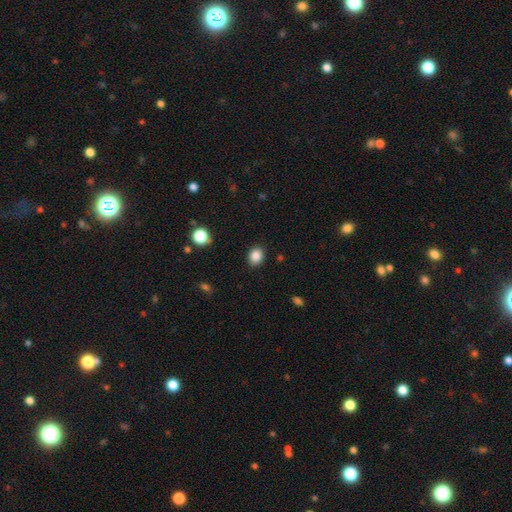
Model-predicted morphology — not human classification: This appears to be a smooth galaxy with no disk features (86%) that is in between round and cigar-shaped (53%). Merging: none (87%).